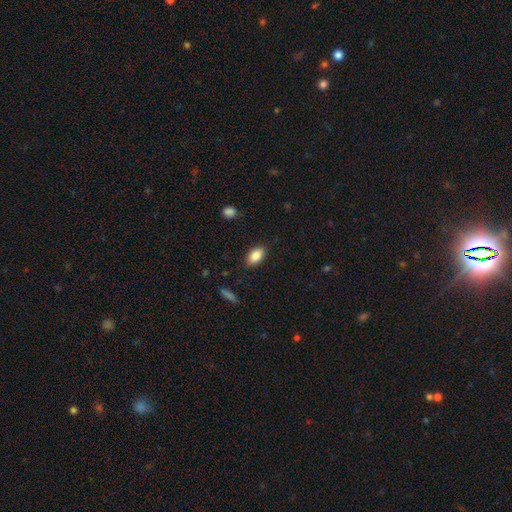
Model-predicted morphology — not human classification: Q: Smooth or featured?
A: smooth (86%); runner-up: star or artifact (7%)
Q: How rounded?
A: in between (91%); runner-up: round (6%)
Q: Merging?
A: none (86%); runner-up: minor disturbance (11%)